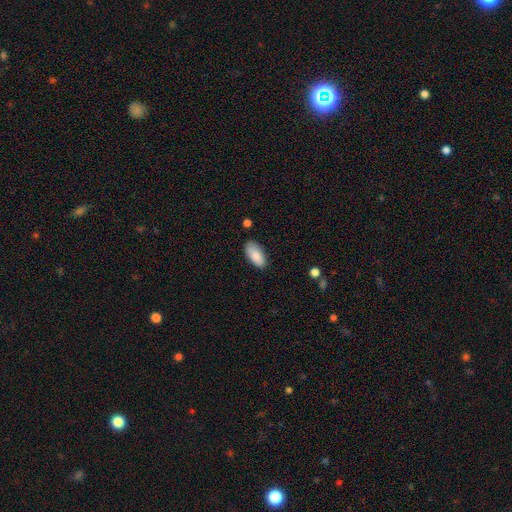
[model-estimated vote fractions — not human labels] smooth-or-featured: smooth: 84% | featured or disk: 10% | star or artifact: 6%
  how-rounded: in between: 92% | cigar-shaped: 6% | round: 2%
  merging: none: 82% | minor disturbance: 14% | major disturbance: 2% | merger: 2%